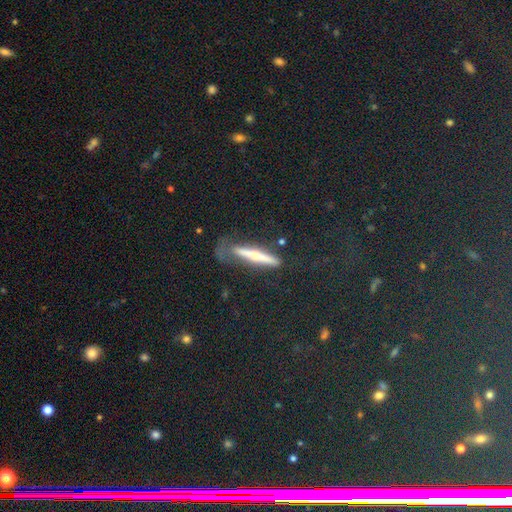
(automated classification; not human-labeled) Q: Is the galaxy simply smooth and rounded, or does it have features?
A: smooth — 46%.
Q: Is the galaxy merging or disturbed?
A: none — 61%.